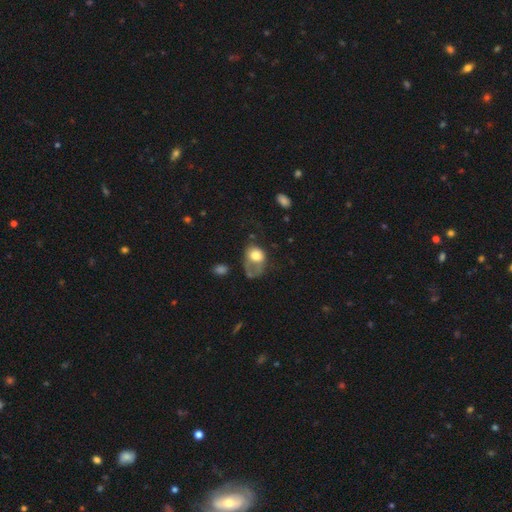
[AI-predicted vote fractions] smooth_or_featured: smooth (p=0.66) [alt: featured or disk p=0.25]
how_rounded: in between (p=0.56) [alt: round p=0.43]
merging: major disturbance (p=0.52) [alt: minor disturbance p=0.22]